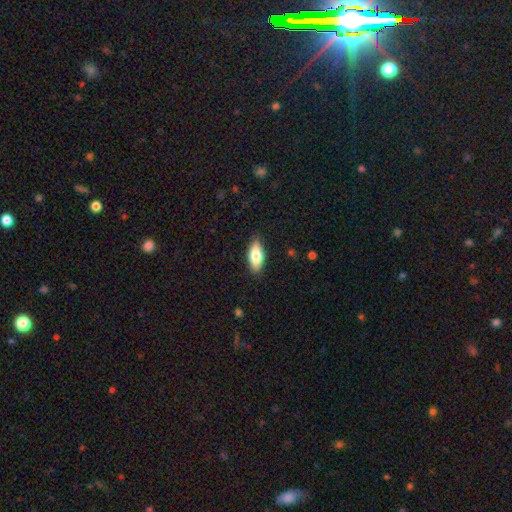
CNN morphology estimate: Q: Smooth or featured?
A: smooth (76%); runner-up: featured or disk (18%)
Q: How rounded?
A: in between (79%); runner-up: cigar-shaped (19%)
Q: Merging?
A: none (86%); runner-up: minor disturbance (11%)